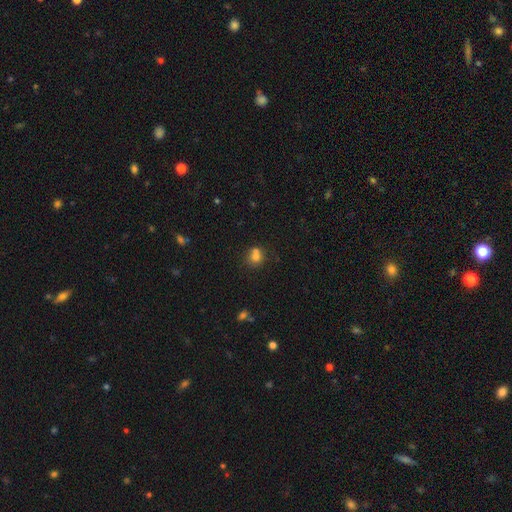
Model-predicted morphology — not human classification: Smooth or featured? smooth (73%)
How rounded? round (78%)
Merging? none (46%)